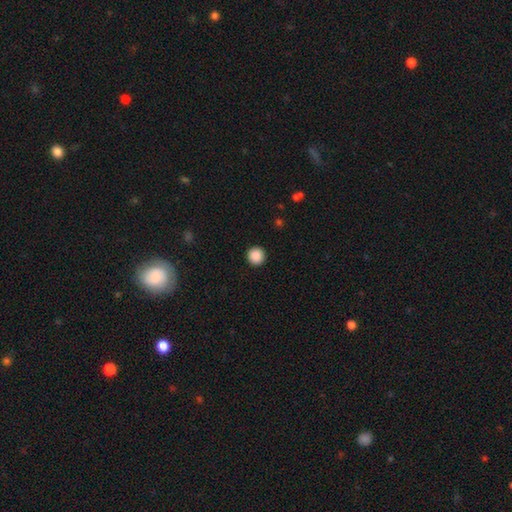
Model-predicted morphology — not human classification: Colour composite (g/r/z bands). It shows a smooth galaxy with no disk features (89%) that is round (95%). Merging: none (93%).